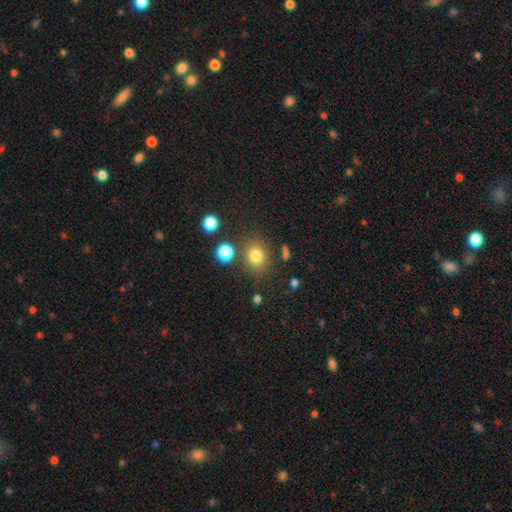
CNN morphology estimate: Smooth or featured?
  - smooth: 79% *
  - star or artifact: 14%
  - featured or disk: 7%
How rounded?
  - round: 70% *
  - in between: 29%
  - cigar-shaped: 1%
Merging?
  - none: 77% *
  - minor disturbance: 11%
  - merger: 7%
  - major disturbance: 4%